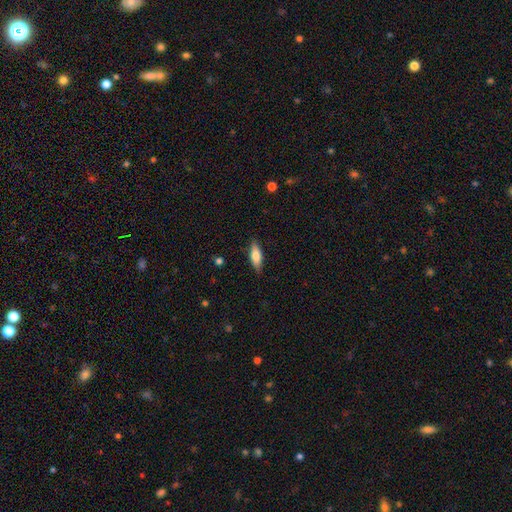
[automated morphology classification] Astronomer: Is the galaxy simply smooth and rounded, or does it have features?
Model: smooth — 77%.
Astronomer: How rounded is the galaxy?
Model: in between — 67%.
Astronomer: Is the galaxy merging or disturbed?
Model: none — 84%.